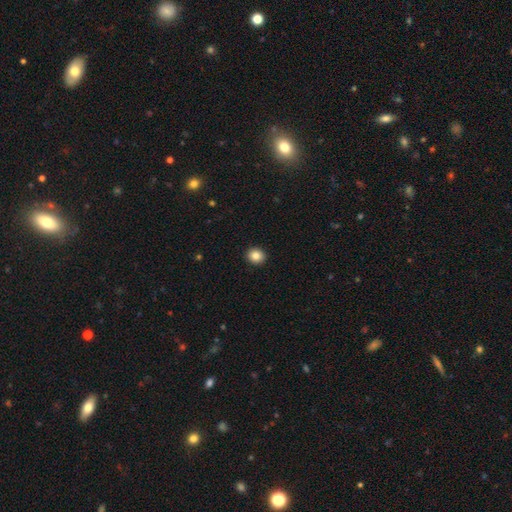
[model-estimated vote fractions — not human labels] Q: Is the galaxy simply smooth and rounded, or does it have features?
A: smooth — 85%.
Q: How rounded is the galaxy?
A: round — 82%.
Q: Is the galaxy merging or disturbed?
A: none — 93%.